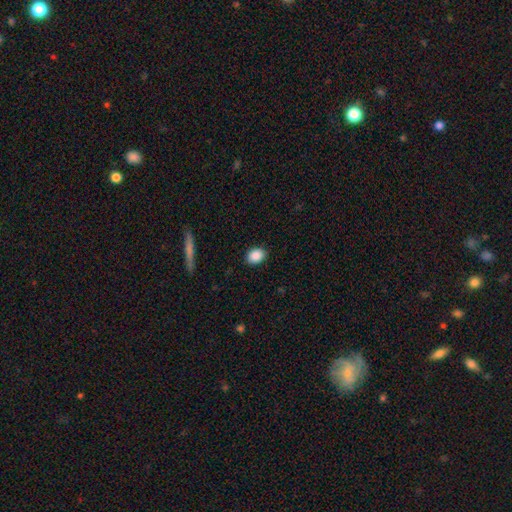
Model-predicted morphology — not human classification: This appears to be a smooth galaxy with no disk features (88%) that is in between round and cigar-shaped (67%). Merging: none (89%).